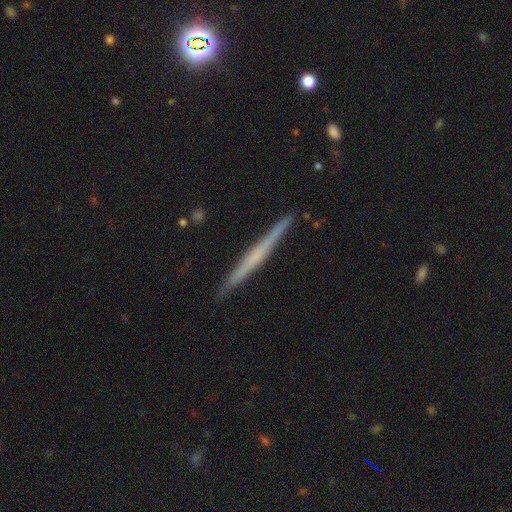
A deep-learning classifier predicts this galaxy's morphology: Smooth or featured? featured or disk (58%)
Edge-on disk? yes (98%)
Edge-on bulge? none (78%)
Merging? none (90%)